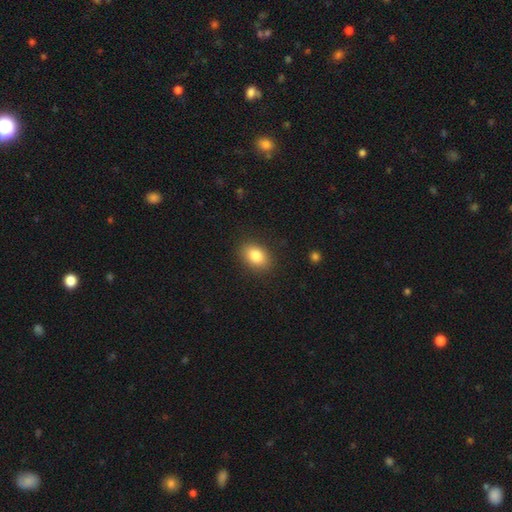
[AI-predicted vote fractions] This is clearly a smooth galaxy (84%). How rounded: likely in between (78%). Merging: clearly none (87%).